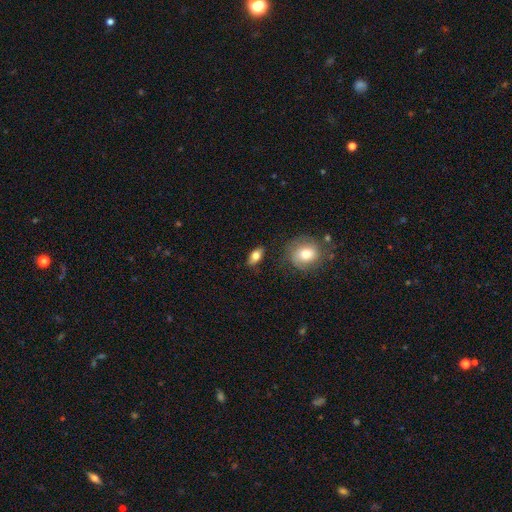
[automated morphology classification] Smooth or featured? smooth (73%)
How rounded? in between (82%)
Merging? none (82%)